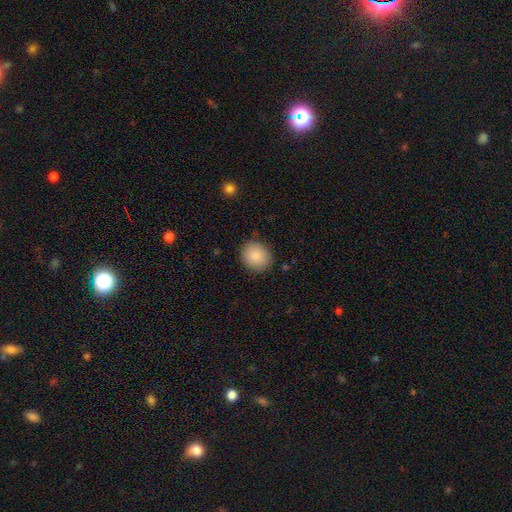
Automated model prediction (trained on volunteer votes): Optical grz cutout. It shows a smooth galaxy with no disk features (87%) that is round (77%). Merging: none (86%).